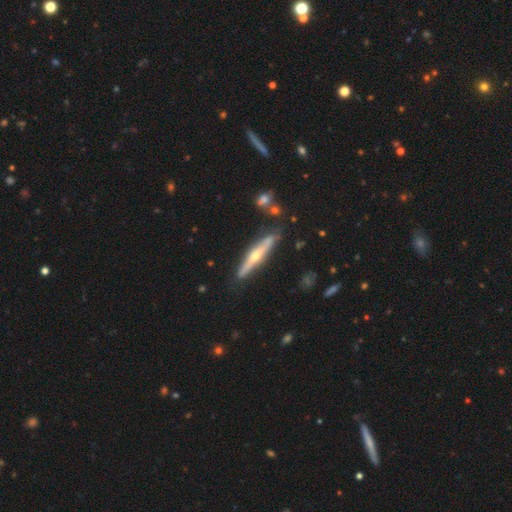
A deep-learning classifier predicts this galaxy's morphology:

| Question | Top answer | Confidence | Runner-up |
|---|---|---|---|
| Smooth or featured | featured or disk | 69% | smooth (24%) |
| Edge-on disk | yes | 94% | no (6%) |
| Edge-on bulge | rounded | 88% | none (9%) |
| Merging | none | 83% | minor disturbance (11%) |